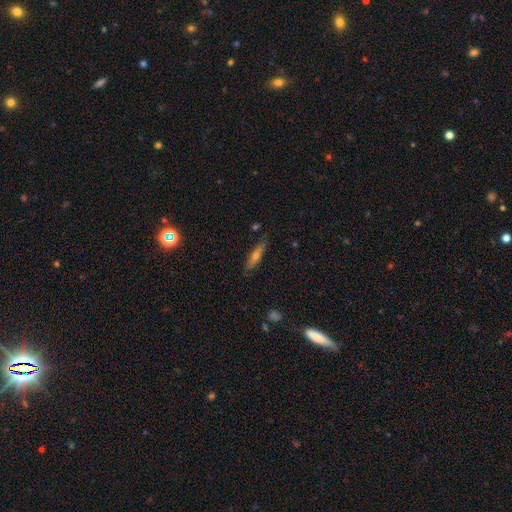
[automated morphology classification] The model was most divided on "smooth or featured": featured or disk: 45%, smooth: 44%, star or artifact: 10%. More confident: merging — none (85%).